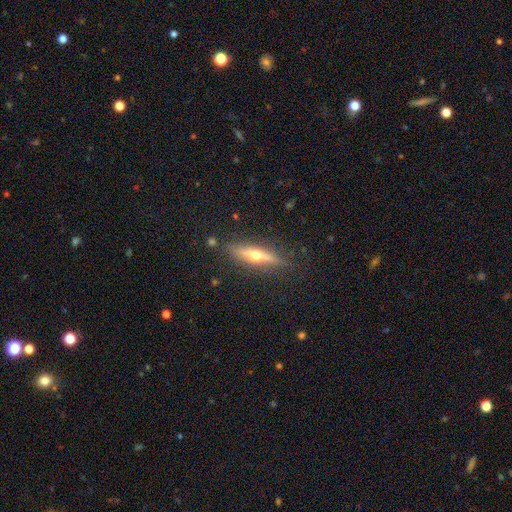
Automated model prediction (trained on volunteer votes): A featured or disk galaxy (64%) viewed edge-on (94%) with a rounded central bulge (93%).

Vote fractions:
- Smooth or featured? featured or disk: 64% / smooth: 29% / star or artifact: 7%
- Edge-on disk? yes: 94% / no: 6%
- Edge-on bulge? rounded: 93% / none: 4% / boxy: 2%
- Merging? none: 85% / minor disturbance: 10% / major disturbance: 3% / merger: 2%